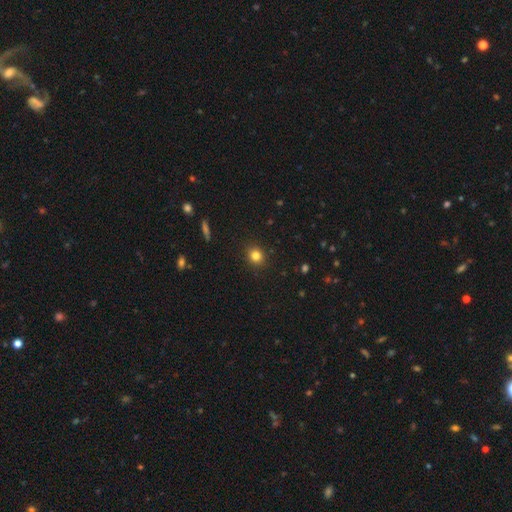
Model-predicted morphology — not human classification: smooth 82%, star or artifact 12%, featured or disk 6%. Down the decision tree: how rounded — round (80%); merging — none (90%).